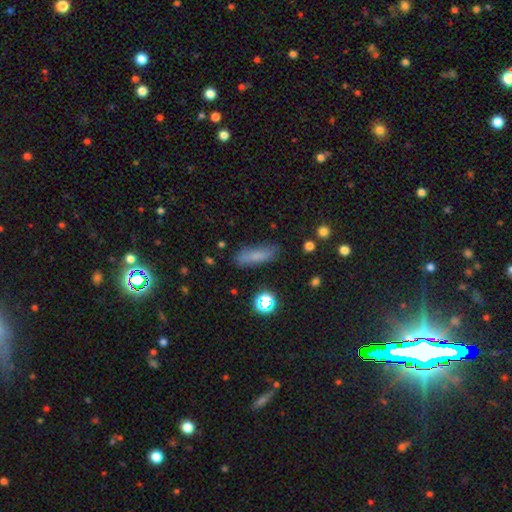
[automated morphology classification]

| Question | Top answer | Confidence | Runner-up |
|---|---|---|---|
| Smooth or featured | smooth | 74% | featured or disk (14%) |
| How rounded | cigar-shaped | 52% | in between (44%) |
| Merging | none | 80% | minor disturbance (14%) |